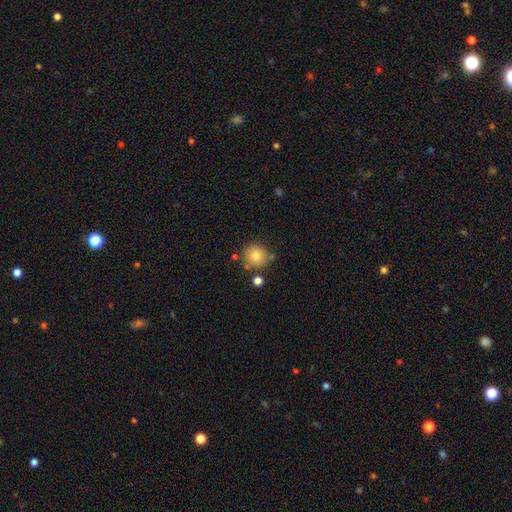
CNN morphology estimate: A smooth galaxy with no disk features (78%) that is round (88%). Merging: none (71%).